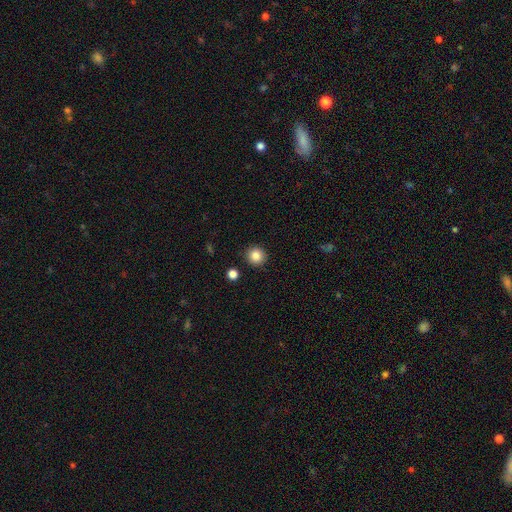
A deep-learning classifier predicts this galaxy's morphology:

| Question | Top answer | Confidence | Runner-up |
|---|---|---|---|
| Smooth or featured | smooth | 85% | star or artifact (10%) |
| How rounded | round | 93% | in between (6%) |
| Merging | none | 91% | minor disturbance (5%) |